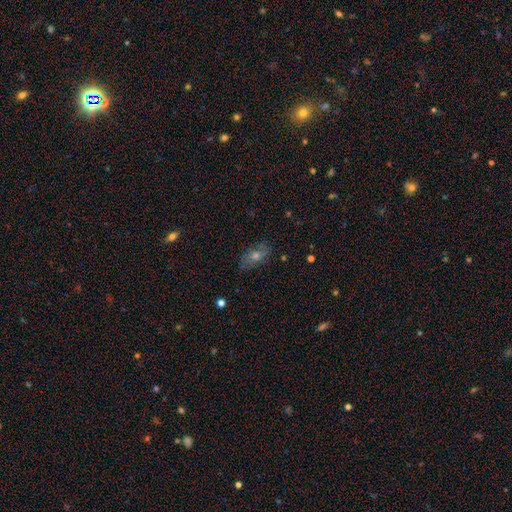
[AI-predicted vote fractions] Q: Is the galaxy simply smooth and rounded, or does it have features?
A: smooth — 45%.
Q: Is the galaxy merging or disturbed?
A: none — 79%.